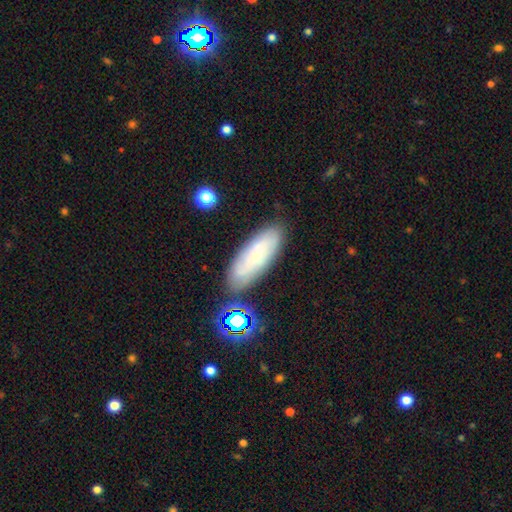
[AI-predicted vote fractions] A smooth galaxy with no disk features (56%) that is in between round and cigar-shaped (66%).

Vote fractions:
- Smooth or featured? smooth: 56% / featured or disk: 35% / star or artifact: 9%
- How rounded? in between: 66% / cigar-shaped: 31% / round: 2%
- Merging? none: 79% / minor disturbance: 13% / merger: 5% / major disturbance: 3%